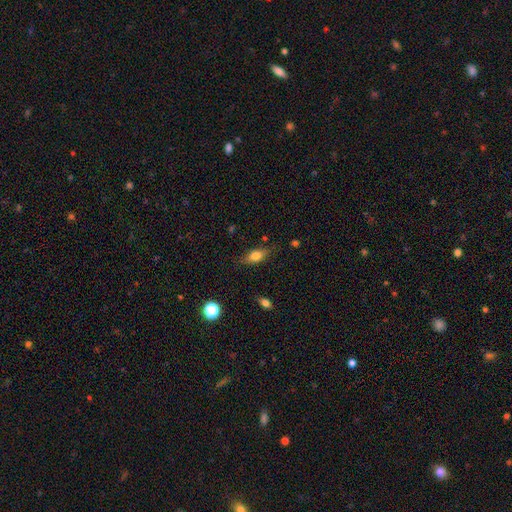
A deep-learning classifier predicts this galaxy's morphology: A smooth galaxy with no disk features (73%) that is in between round and cigar-shaped (78%). Merging: none (79%).